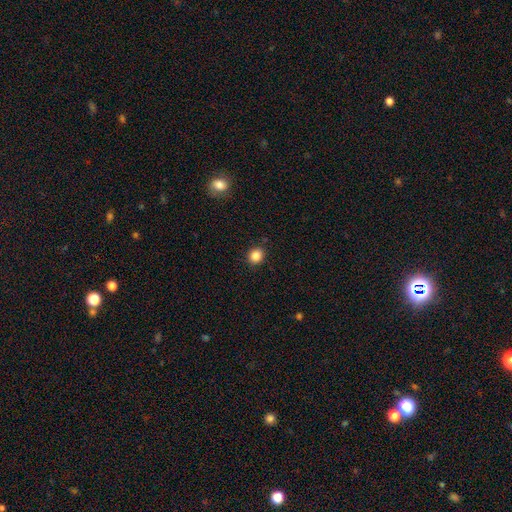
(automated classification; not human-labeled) The model was most divided on "how rounded": round: 82%, in between: 17%, cigar-shaped: 1%. More confident: merging — none (90%); smooth or featured — smooth (85%).